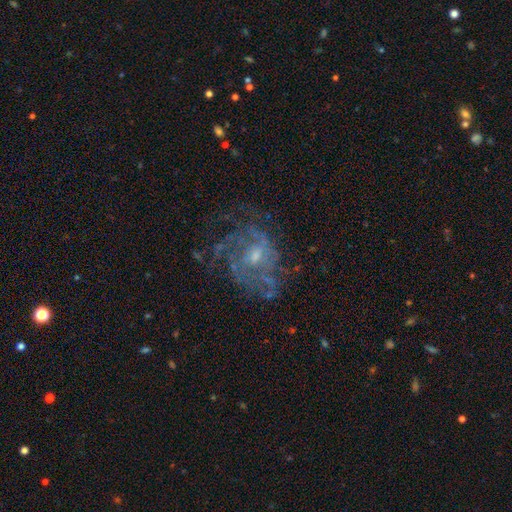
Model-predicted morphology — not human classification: featured or disk 77%, smooth 13%, star or artifact 10%. Down the decision tree: edge-on disk — no (97%); bar — no (58%); spiral arms — yes (73%); spiral arm count — can't tell (49%); spiral winding — medium (40%, tied with tight); bulge size — small (50%); merging — none (56%).